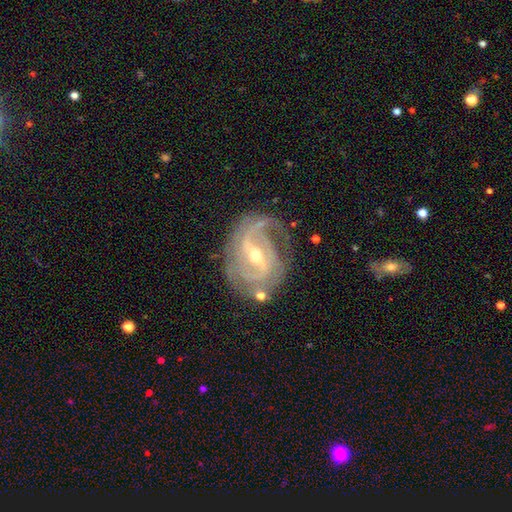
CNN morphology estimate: Smooth or featured: featured or disk — 90% (star or artifact — 5%)
Edge-on disk: no — 97% (yes — 3%)
Bar: strong — 50% (weak — 39%)
Spiral arms: yes — 97% (no — 3%)
Spiral winding: medium — 44% (tight — 39%)
Spiral arm count: 2 — 53% (3 — 19%)
Bulge size: small — 50% (moderate — 47%)
Merging: none — 65% (minor disturbance — 20%)